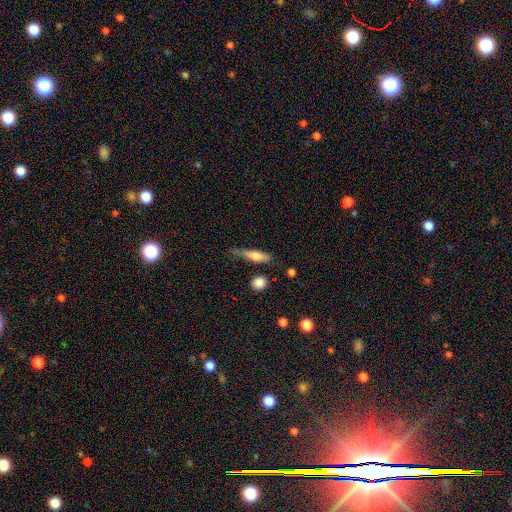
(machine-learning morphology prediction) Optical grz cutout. It shows a smooth galaxy with no disk features (64%) that is cigar-shaped (67%). Merging: none (51%).